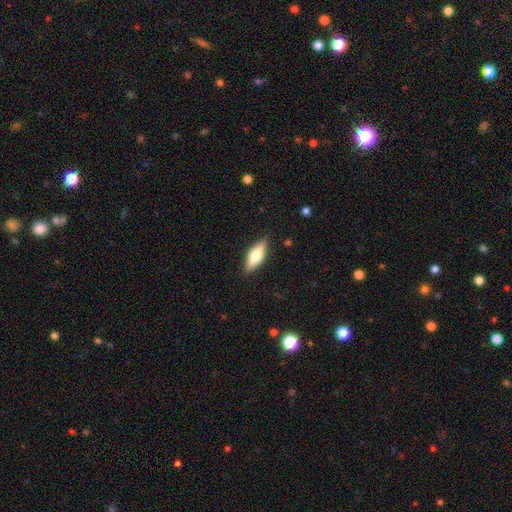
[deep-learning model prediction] Q: Smooth or featured?
A: smooth (56%); runner-up: featured or disk (38%)
Q: How rounded?
A: in between (64%); runner-up: cigar-shaped (33%)
Q: Merging?
A: none (87%); runner-up: minor disturbance (10%)